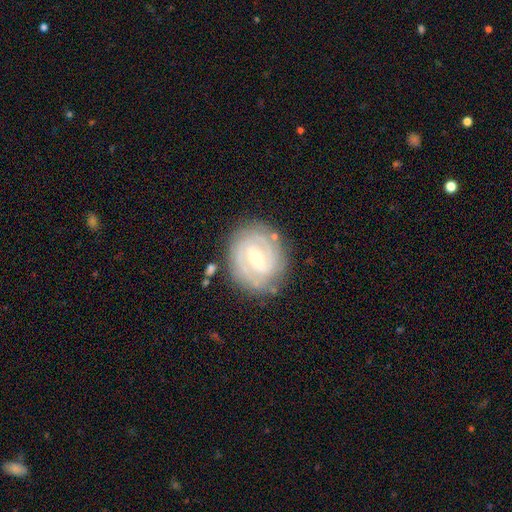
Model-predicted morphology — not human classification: The model was most divided on "bar": weak: 49%, strong: 37%, no: 14%. More confident: edge-on disk — no (97%); spiral arms — yes (95%); smooth or featured — featured or disk (85%); merging — none (81%); spiral winding — tight (69%); spiral arm count — 2 (60%); bulge size — small (57%).